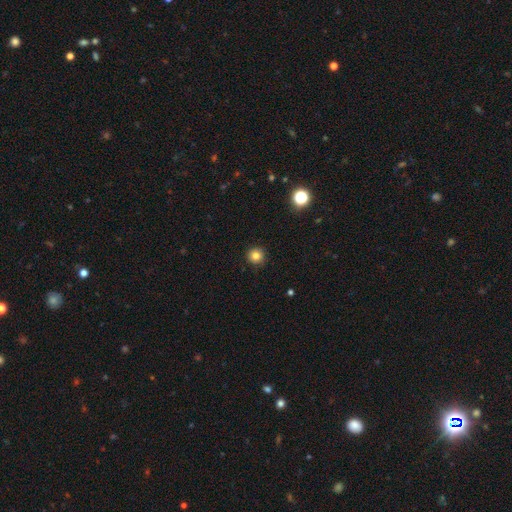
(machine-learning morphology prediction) Overall: smooth (82%). How rounded: round (95%). Merging: none (92%).